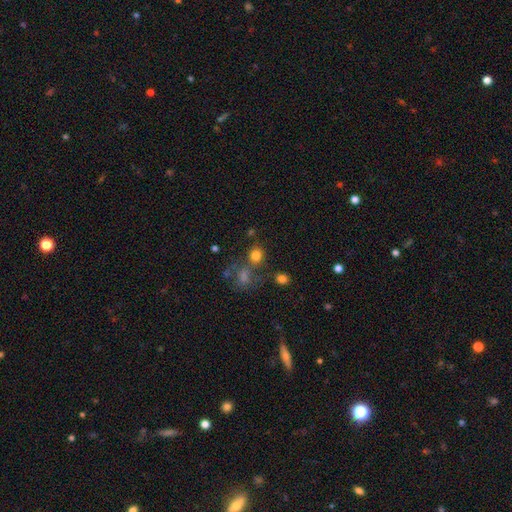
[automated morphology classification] smooth_or_featured: smooth (p=0.78) [alt: star or artifact p=0.15]
how_rounded: round (p=0.80) [alt: in between p=0.19]
merging: none (p=0.64) [alt: merger p=0.19]